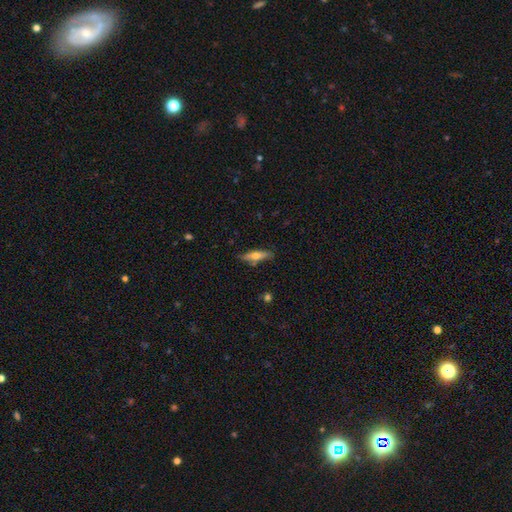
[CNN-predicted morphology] type=smooth (49%); merging=none (71%).